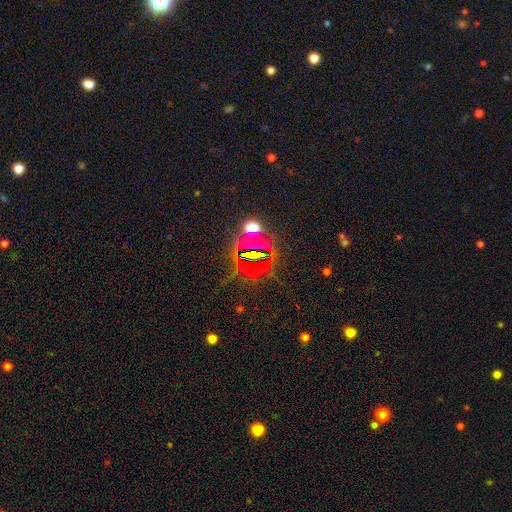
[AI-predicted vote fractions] A star or artifact, not a galaxy (77%).

Vote fractions:
- Smooth or featured? star or artifact: 77% / smooth: 14% / featured or disk: 9%